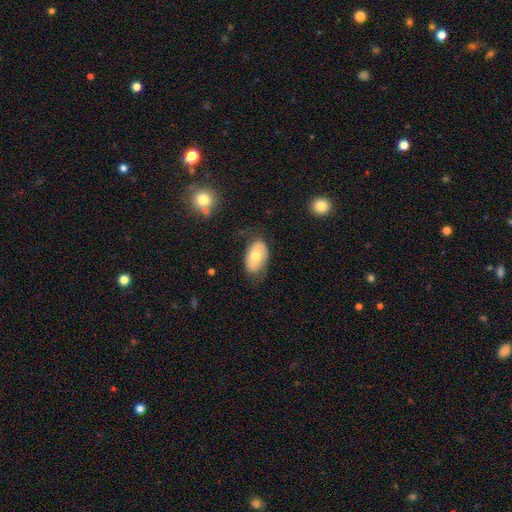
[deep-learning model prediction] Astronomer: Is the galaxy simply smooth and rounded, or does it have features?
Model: smooth — 65%.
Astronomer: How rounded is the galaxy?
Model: in between — 92%.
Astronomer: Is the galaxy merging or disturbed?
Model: none — 65%.